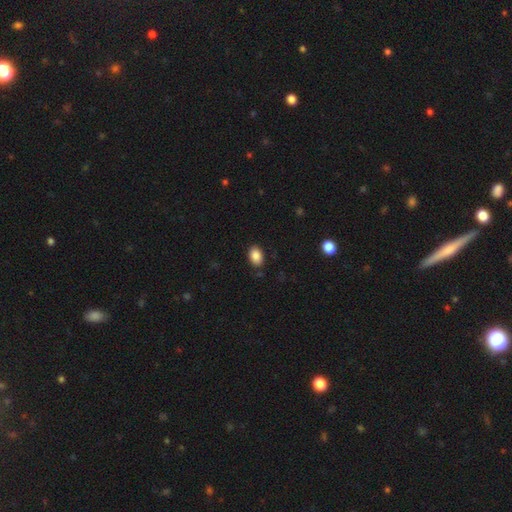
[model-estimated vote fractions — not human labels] Overall: smooth (87%). How rounded: in between (87%). Merging: none (87%).